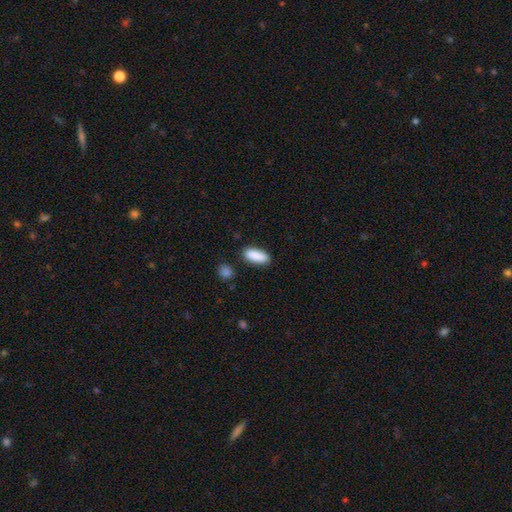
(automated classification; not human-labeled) smooth_or_featured: smooth (p=0.90) [alt: star or artifact p=0.06]
how_rounded: in between (p=0.79) [alt: cigar-shaped p=0.19]
merging: none (p=0.85) [alt: minor disturbance p=0.10]